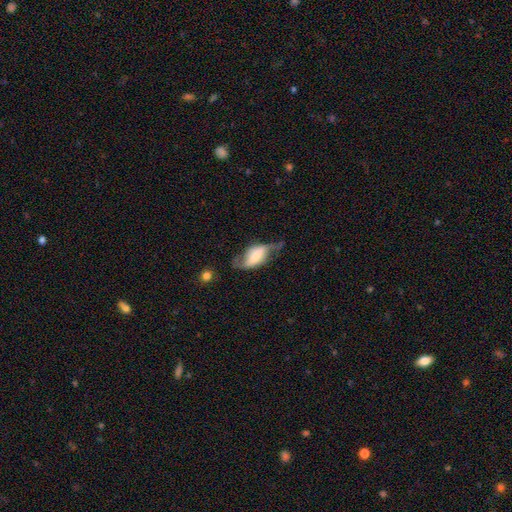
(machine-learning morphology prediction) type=featured or disk (63%); edge-on=no (84%); bar=strong (39%); spiral arms=yes (78%); bulge=moderate (33%); merging=none (43%).